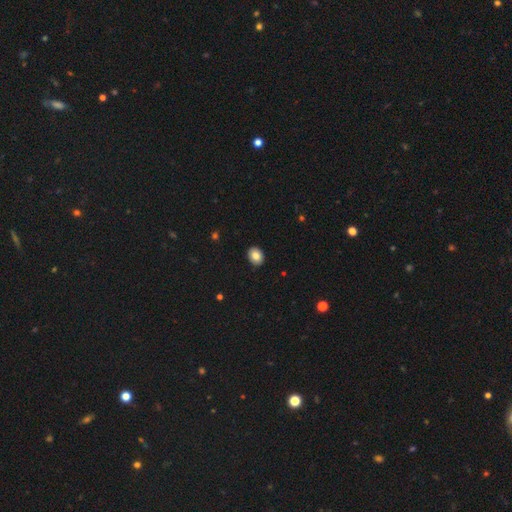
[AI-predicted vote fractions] smooth_or_featured: smooth (p=0.83) [alt: featured or disk p=0.09]
how_rounded: in between (p=0.62) [alt: round p=0.38]
merging: none (p=0.91) [alt: minor disturbance p=0.07]